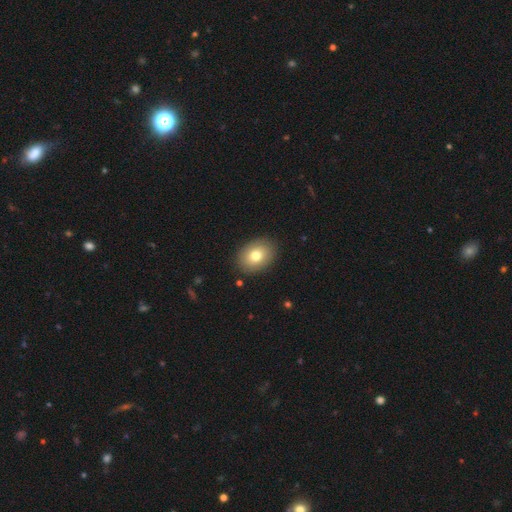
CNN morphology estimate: This appears to be a smooth galaxy with no disk features (77%) that is in between round and cigar-shaped (68%). Merging: none (88%).